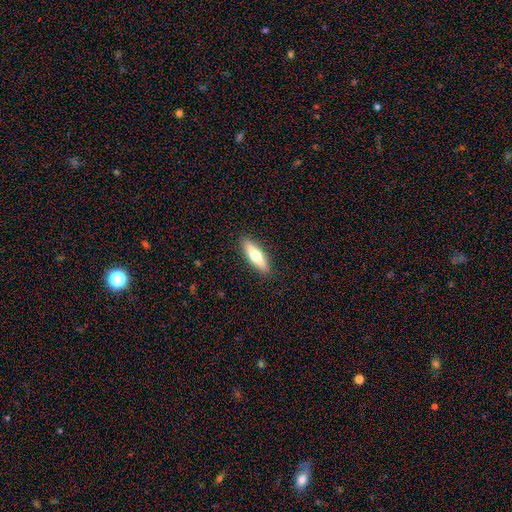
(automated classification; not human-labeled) Smooth or featured?
  - smooth: 58% *
  - featured or disk: 36%
  - star or artifact: 6%
How rounded?
  - cigar-shaped: 62% *
  - in between: 35%
  - round: 2%
Merging?
  - none: 90% *
  - minor disturbance: 7%
  - major disturbance: 2%
  - merger: 1%